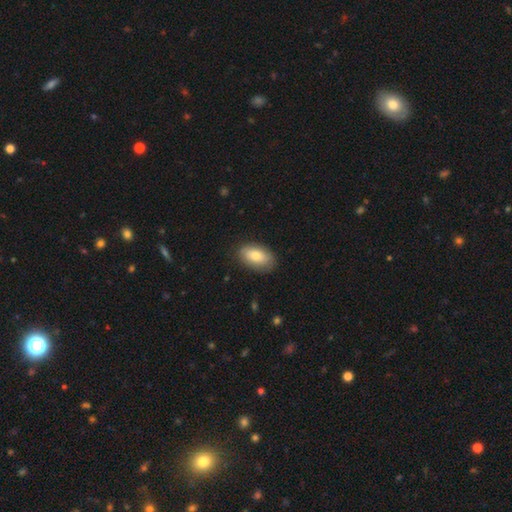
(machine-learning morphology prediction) This appears to be a smooth galaxy with no disk features (78%) that is in between round and cigar-shaped (93%). Merging: none (83%).